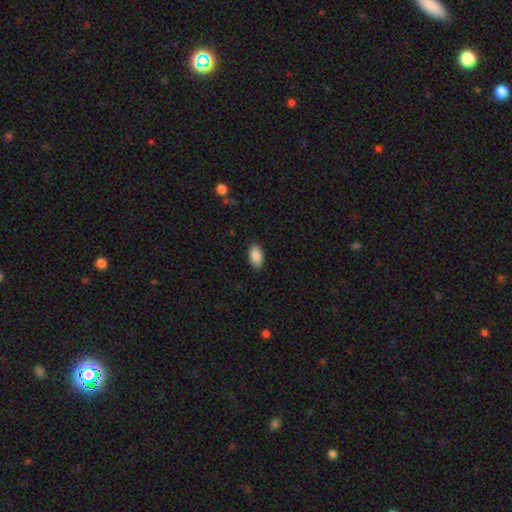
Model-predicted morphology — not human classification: A smooth galaxy with no disk features (88%) that is in between round and cigar-shaped (94%). Merging: none (88%).